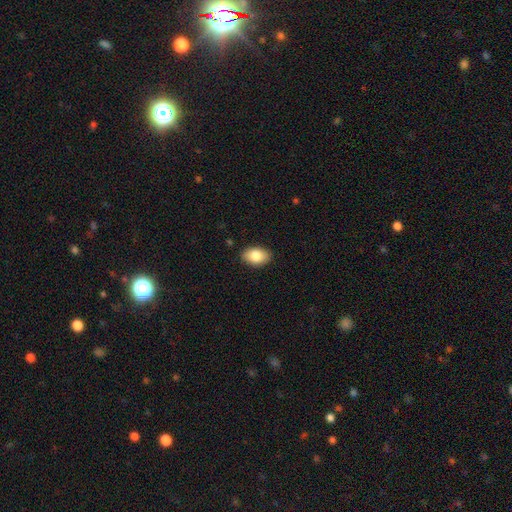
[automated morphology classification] The model was most divided on "smooth or featured": smooth: 82%, featured or disk: 10%, star or artifact: 7%. More confident: how rounded — in between (89%); merging — none (88%).